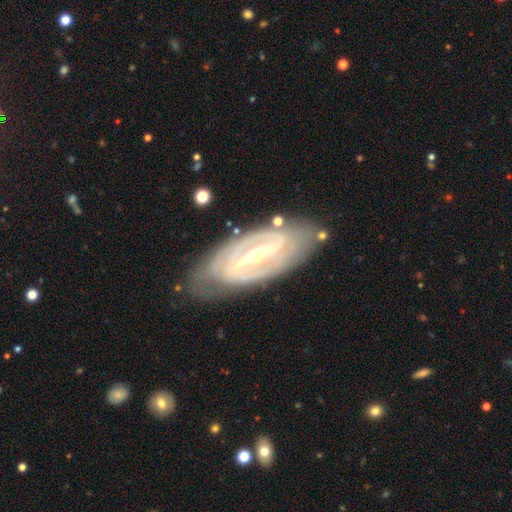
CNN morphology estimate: smooth-or-featured: featured or disk: 89% | smooth: 6% | star or artifact: 5%
  disk-edge-on: no: 92% | yes: 8%
    bar: strong: 74% | weak: 19% | no: 7%
    has-spiral-arms: yes: 93% | no: 7%
      spiral-winding: tight: 58% | medium: 33% | loose: 9%
      spiral-arm-count: 2: 77% | can't tell: 11% | 3: 5% | 4: 2% | 1: 2% | more than 4: 2%
    bulge-size: small: 70% | moderate: 26% | none: 2% | large: 1% | dominant: 1%
  merging: none: 77% | minor disturbance: 16% | major disturbance: 5% | merger: 2%